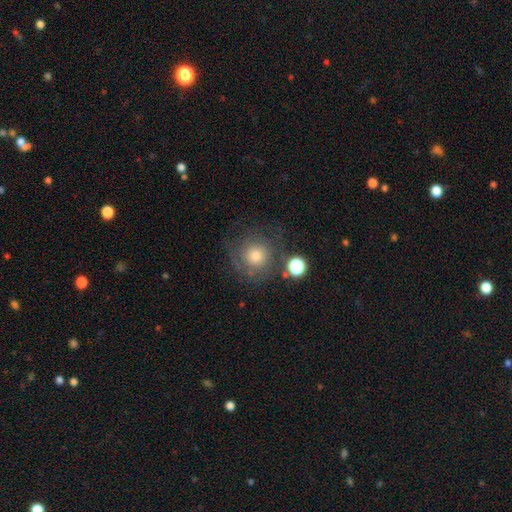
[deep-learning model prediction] smooth-or-featured: smooth: 57% | featured or disk: 29% | star or artifact: 14%
  how-rounded: round: 93% | in between: 6% | cigar-shaped: 1%
  merging: none: 67% | minor disturbance: 16% | major disturbance: 12% | merger: 6%